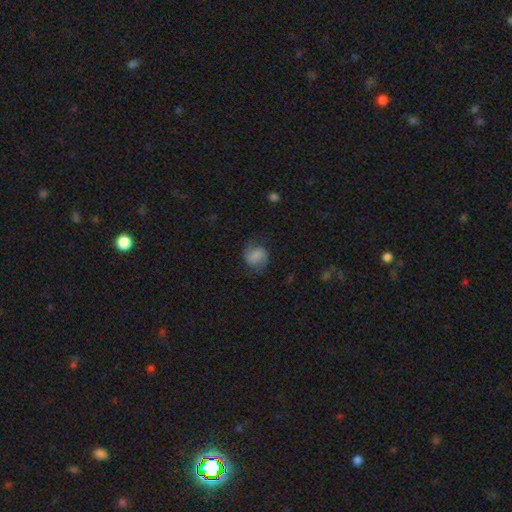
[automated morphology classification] This appears to be a smooth galaxy with no disk features (46%). Merging: none (69%).